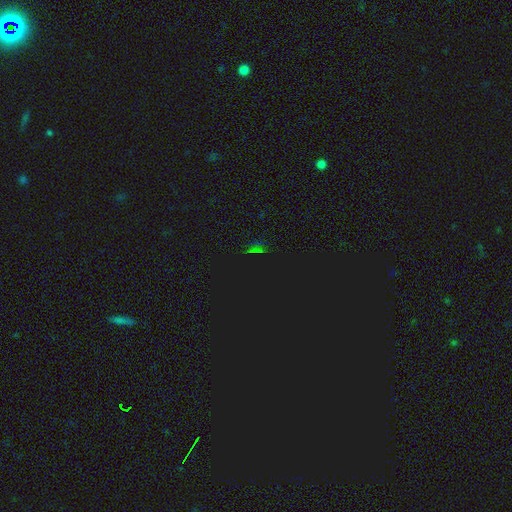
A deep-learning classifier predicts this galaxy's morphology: A star or artifact, not a galaxy (75%).

Vote fractions:
- Smooth or featured? star or artifact: 75% / smooth: 17% / featured or disk: 8%